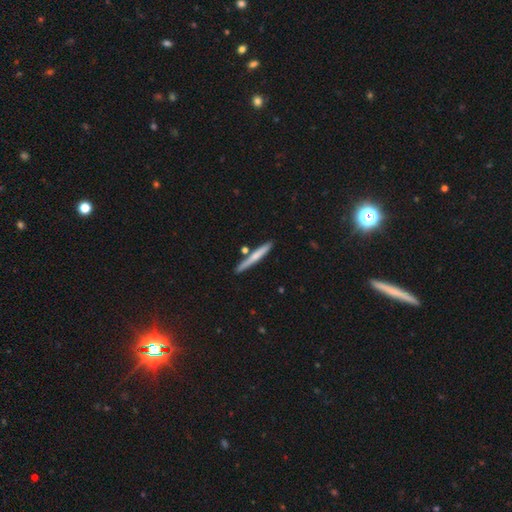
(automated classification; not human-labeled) Smooth or featured: smooth — 57% (featured or disk — 38%)
How rounded: cigar-shaped — 96% (in between — 3%)
Merging: none — 84% (minor disturbance — 8%)